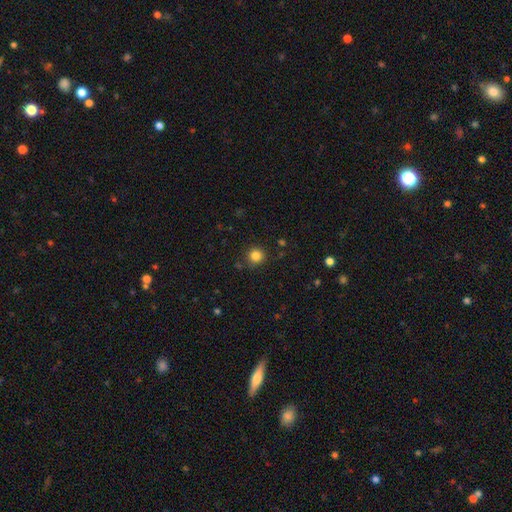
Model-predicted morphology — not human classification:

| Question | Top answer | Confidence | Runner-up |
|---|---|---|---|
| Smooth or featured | smooth | 83% | star or artifact (13%) |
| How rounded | round | 94% | in between (6%) |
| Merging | none | 87% | minor disturbance (8%) |